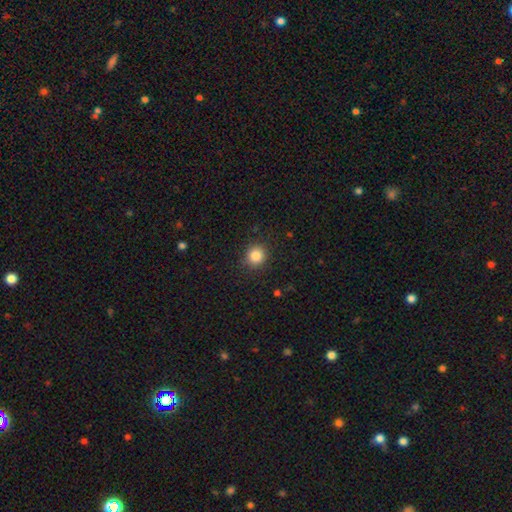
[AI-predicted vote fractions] smooth_or_featured: smooth (p=0.85) [alt: star or artifact p=0.10]
how_rounded: round (p=0.89) [alt: in between p=0.11]
merging: none (p=0.89) [alt: minor disturbance p=0.08]